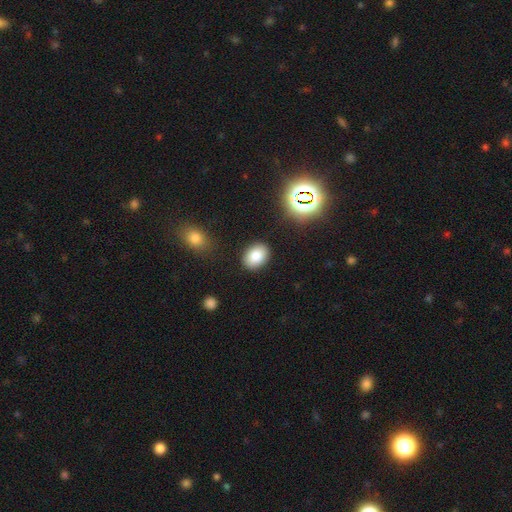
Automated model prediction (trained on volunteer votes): A smooth galaxy with no disk features (82%) that is in between round and cigar-shaped (74%).

Vote fractions:
- Smooth or featured? smooth: 82% / star or artifact: 10% / featured or disk: 7%
- How rounded? in between: 74% / round: 25% / cigar-shaped: 1%
- Merging? none: 87% / minor disturbance: 9% / major disturbance: 3% / merger: 2%